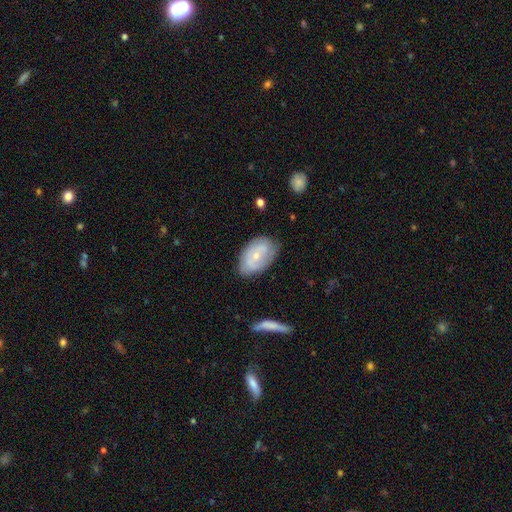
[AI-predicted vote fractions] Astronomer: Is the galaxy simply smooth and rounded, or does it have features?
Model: featured or disk — 50% (runner-up: smooth, 44%).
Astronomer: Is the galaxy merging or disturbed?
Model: none — 71%.